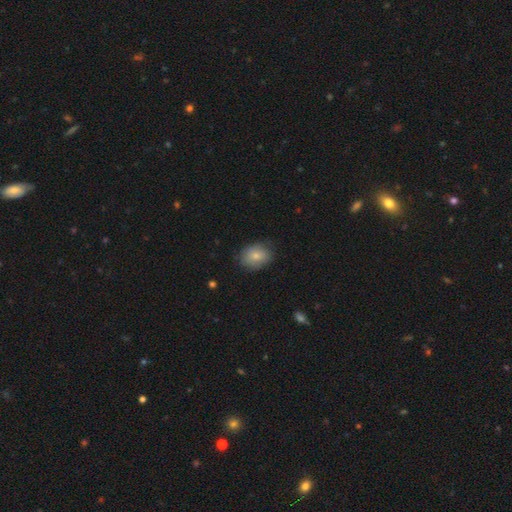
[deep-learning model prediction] This is likely a smooth galaxy (80%). How rounded: likely in between (64%). Merging: likely none (76%).